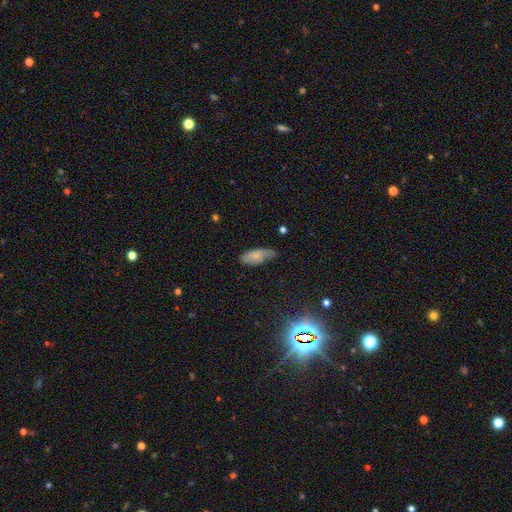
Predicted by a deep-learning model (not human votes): This appears to be a smooth galaxy with no disk features (71%) that is in between round and cigar-shaped (81%). Merging: none (58%).